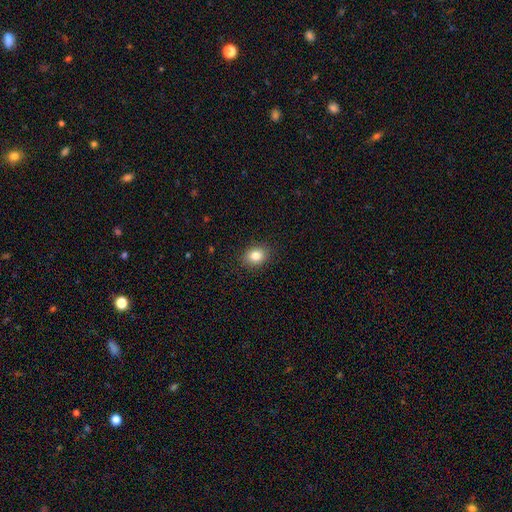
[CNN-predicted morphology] type=smooth (83%); roundness=in between (56%); merging=none (89%).